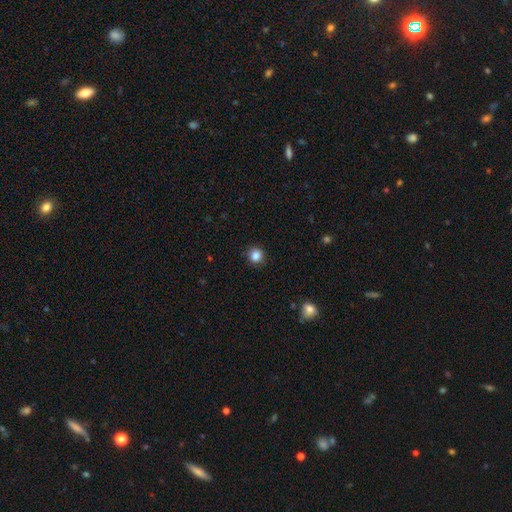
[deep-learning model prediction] A smooth galaxy with no disk features (85%) that is round (90%).

Vote fractions:
- Smooth or featured? smooth: 85% / star or artifact: 11% / featured or disk: 4%
- How rounded? round: 90% / in between: 9% / cigar-shaped: 1%
- Merging? none: 90% / minor disturbance: 7% / major disturbance: 2% / merger: 1%